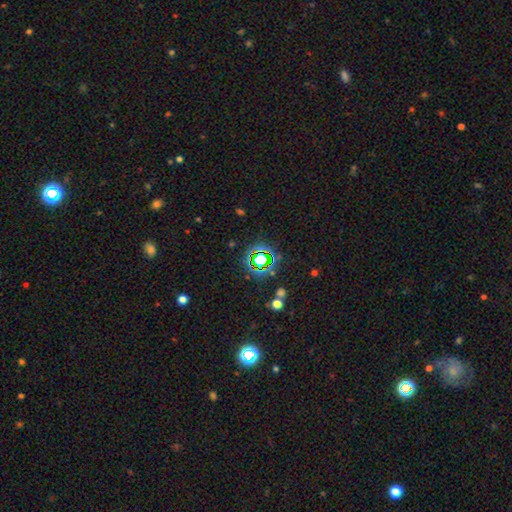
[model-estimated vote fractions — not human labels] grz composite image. It shows a star or artifact, not a galaxy (72%).